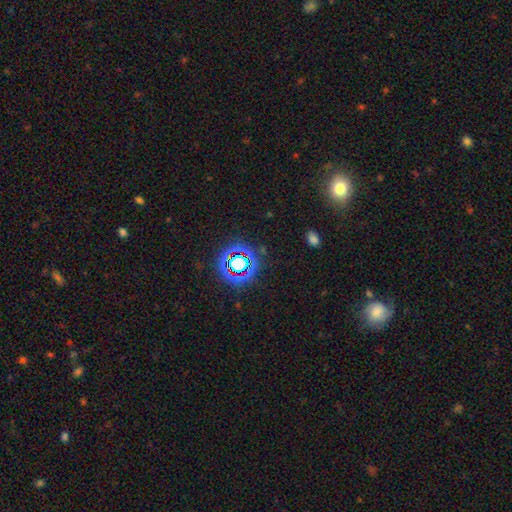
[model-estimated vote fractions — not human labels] Smooth or featured? star or artifact (74%)